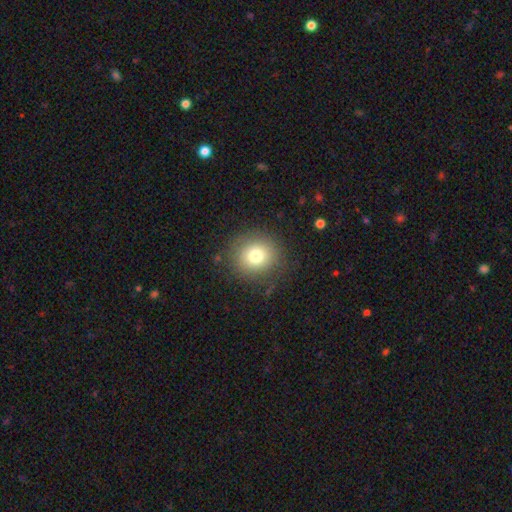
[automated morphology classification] A smooth galaxy with no disk features (77%) that is round (86%). Merging: none (84%).